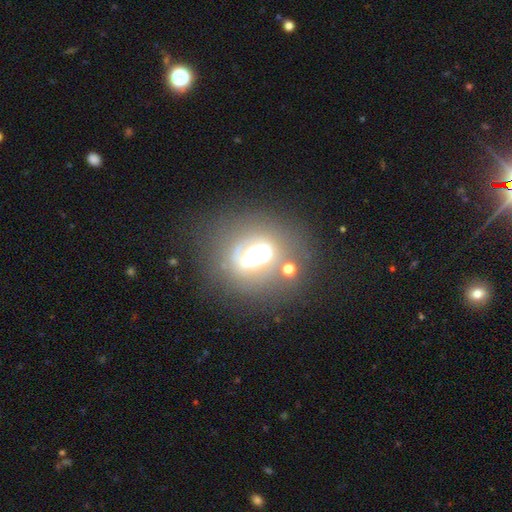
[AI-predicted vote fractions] A featured or disk galaxy (63%) with a strong bar (51%), spiral arms (51%) and a large central bulge (45%).

Vote fractions:
- Smooth or featured? featured or disk: 63% / smooth: 24% / star or artifact: 13%
- Edge-on disk? no: 88% / yes: 12%
- Bar? strong: 51% / no: 25% / weak: 24%
- Spiral arms? yes: 51% / no: 49%
- Bulge size? large: 45% / moderate: 25% / dominant: 24% / small: 5% / none: 3%
- Merging? none: 58% / minor disturbance: 17% / major disturbance: 15% / merger: 10%